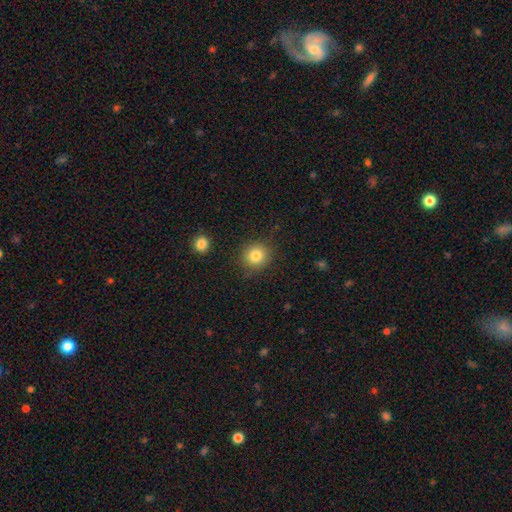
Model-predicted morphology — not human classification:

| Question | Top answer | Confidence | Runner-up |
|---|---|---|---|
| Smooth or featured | smooth | 82% | star or artifact (11%) |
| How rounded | round | 89% | in between (10%) |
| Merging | none | 86% | minor disturbance (9%) |